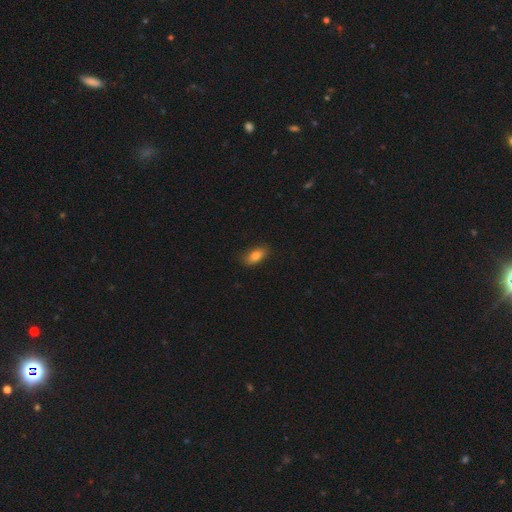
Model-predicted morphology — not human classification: This appears to be a smooth galaxy with no disk features (83%) that is in between round and cigar-shaped (88%). Merging: none (81%).